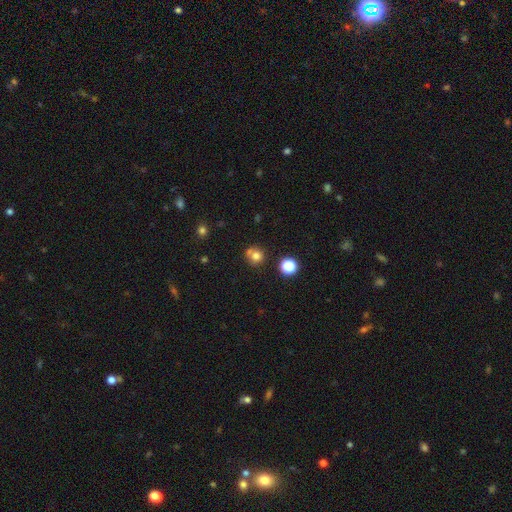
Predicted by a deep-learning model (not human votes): Smooth or featured: smooth — 75% (star or artifact — 16%)
How rounded: round — 89% (in between — 10%)
Merging: none — 59% (merger — 28%)